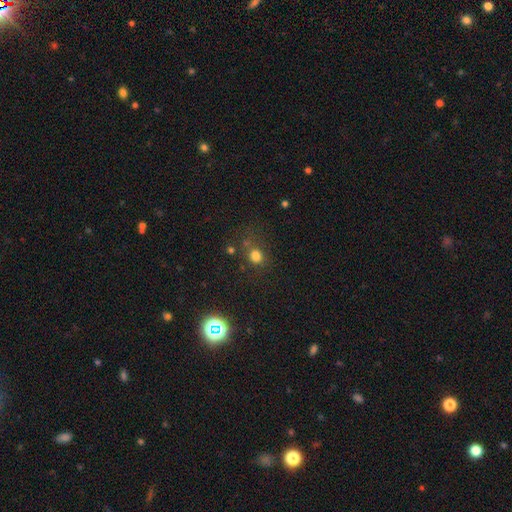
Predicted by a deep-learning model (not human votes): This is likely a smooth galaxy (74%). How rounded: likely round (73%). Merging: likely none (65%).